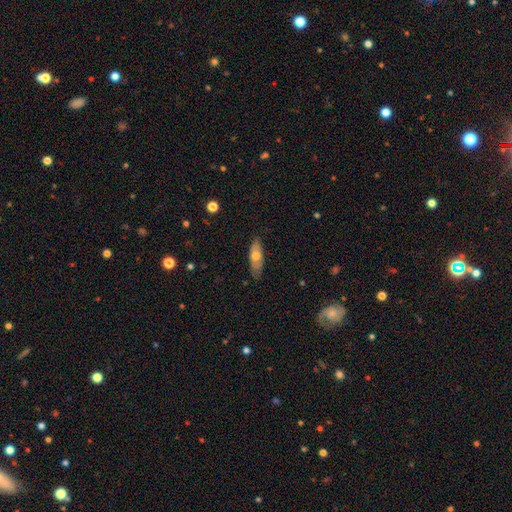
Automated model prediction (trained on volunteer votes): Overall: smooth (61%; featured or disk 33%). How rounded: in between (67%; cigar-shaped 30%). Merging: none (76%).